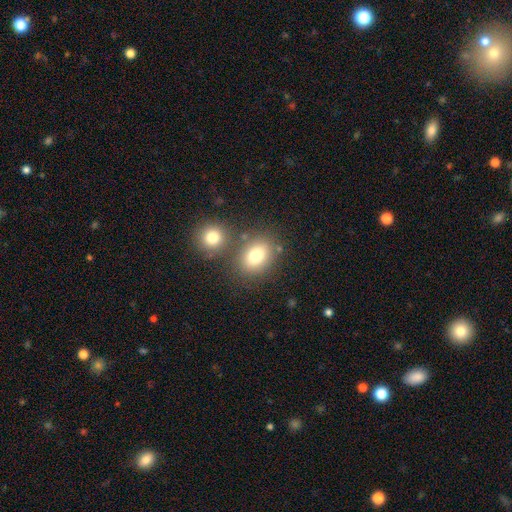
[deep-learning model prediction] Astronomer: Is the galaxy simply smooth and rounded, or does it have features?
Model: smooth — 78%.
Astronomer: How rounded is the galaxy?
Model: in between — 61% (runner-up: round, 38%).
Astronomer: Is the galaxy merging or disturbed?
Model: none — 65%.